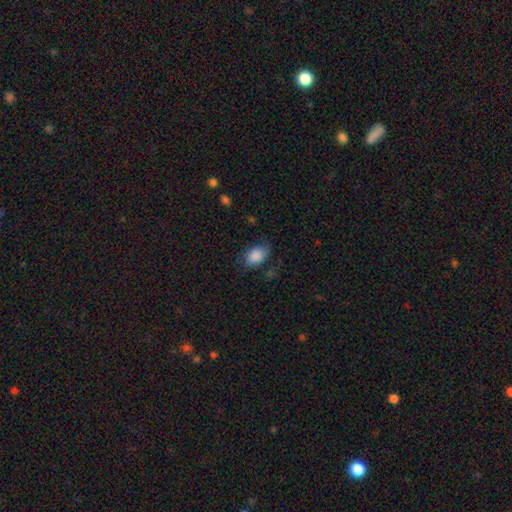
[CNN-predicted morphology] Q: Smooth or featured?
A: smooth (85%); runner-up: featured or disk (8%)
Q: How rounded?
A: in between (82%); runner-up: round (17%)
Q: Merging?
A: none (67%); runner-up: minor disturbance (24%)